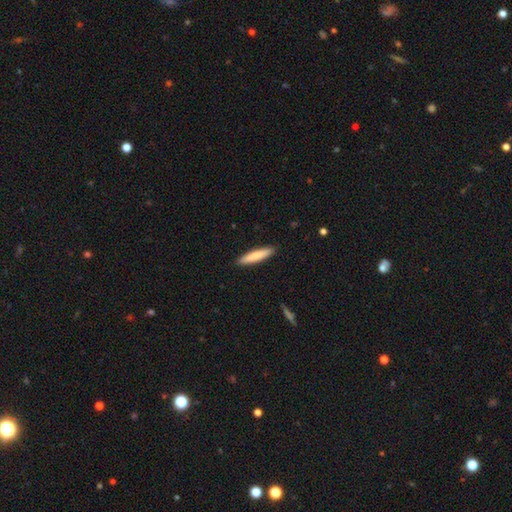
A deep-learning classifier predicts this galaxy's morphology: Smooth or featured? Predicted: smooth (p=0.77). How rounded? Predicted: cigar-shaped (p=0.88). Merging? Predicted: none (p=0.91).